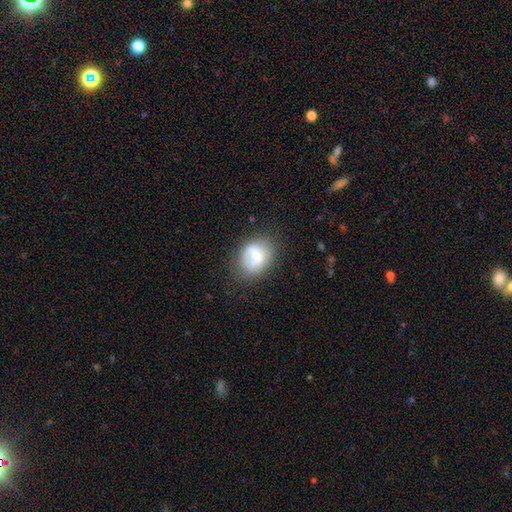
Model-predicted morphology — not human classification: smooth_or_featured: smooth (p=0.62) [alt: featured or disk p=0.29]
how_rounded: round (p=0.54) [alt: in between p=0.44]
merging: none (p=0.67) [alt: minor disturbance p=0.21]